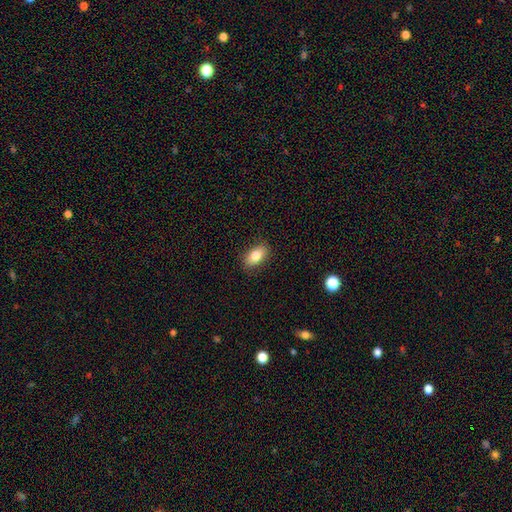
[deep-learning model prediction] This is clearly a smooth galaxy (82%). How rounded: clearly in between (90%). Merging: clearly none (87%).